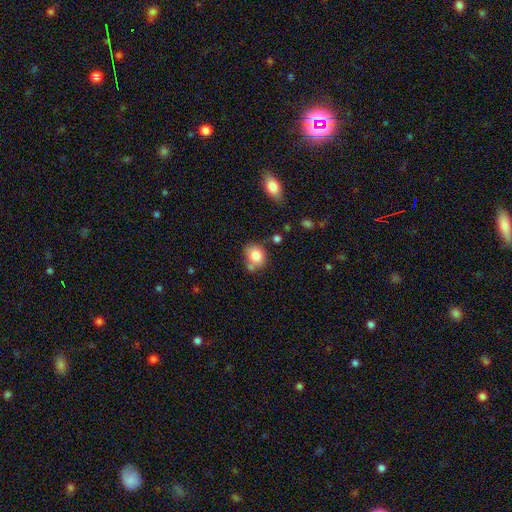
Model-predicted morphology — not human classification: This is clearly a smooth galaxy (82%). How rounded: possibly round (57%). Merging: possibly none (56%).